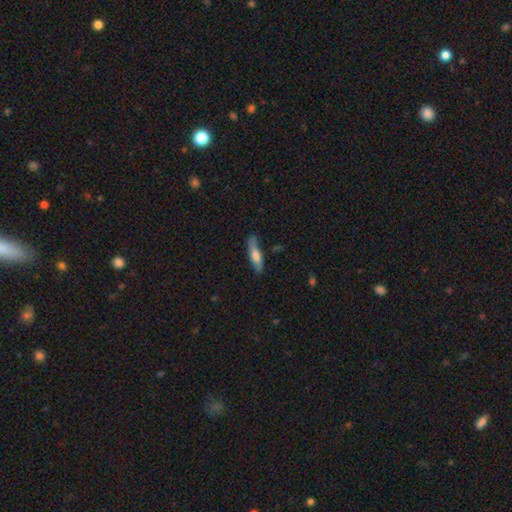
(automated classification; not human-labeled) A smooth galaxy with no disk features (65%) that is cigar-shaped (69%).

Vote fractions:
- Smooth or featured? smooth: 65% / featured or disk: 29% / star or artifact: 6%
- How rounded? cigar-shaped: 69% / in between: 29% / round: 2%
- Merging? none: 76% / minor disturbance: 18% / major disturbance: 4% / merger: 2%